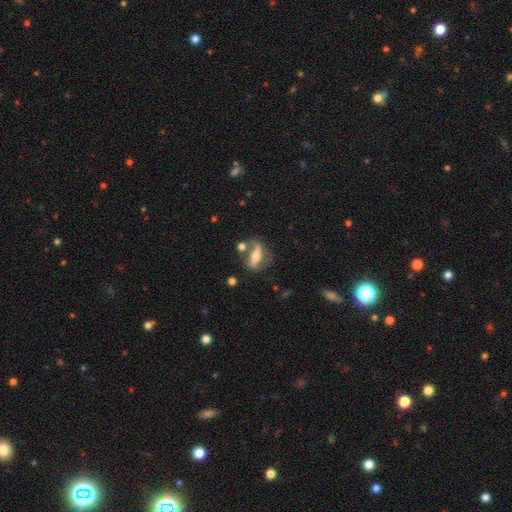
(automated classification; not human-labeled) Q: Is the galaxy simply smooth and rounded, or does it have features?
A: featured or disk — 74%.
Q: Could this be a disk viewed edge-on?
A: no — 82%.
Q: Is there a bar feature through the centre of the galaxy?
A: strong — 57%.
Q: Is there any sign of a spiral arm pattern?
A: yes — 81%.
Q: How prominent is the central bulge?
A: moderate — 58%.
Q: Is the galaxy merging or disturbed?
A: none — 60%.